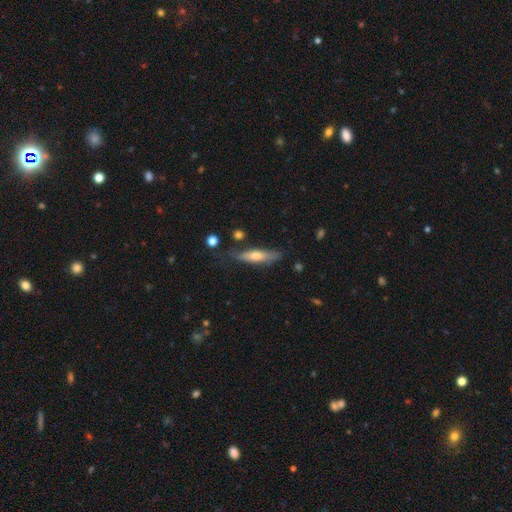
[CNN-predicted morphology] Smooth or featured?
  - smooth: 55% *
  - featured or disk: 39%
  - star or artifact: 6%
How rounded?
  - cigar-shaped: 74% *
  - in between: 24%
  - round: 2%
Merging?
  - none: 71% *
  - minor disturbance: 21%
  - major disturbance: 5%
  - merger: 3%